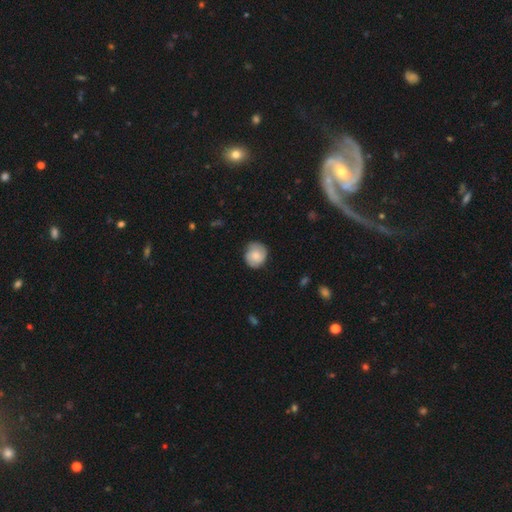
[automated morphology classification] A smooth galaxy with no disk features (59%) that is round (82%). Merging: none (77%).